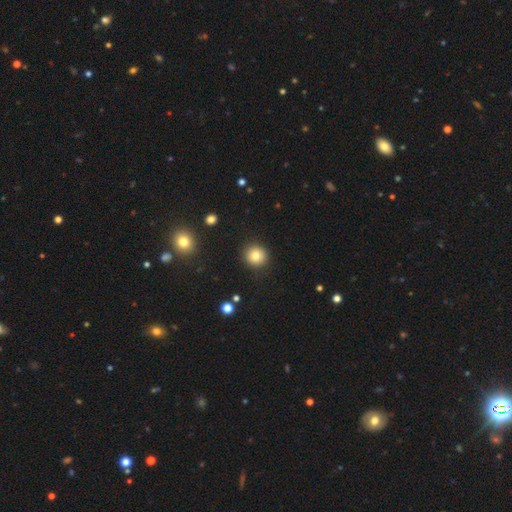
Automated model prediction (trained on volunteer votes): Morphology: type=smooth (80%); roundness=round (92%); merging=none (91%).